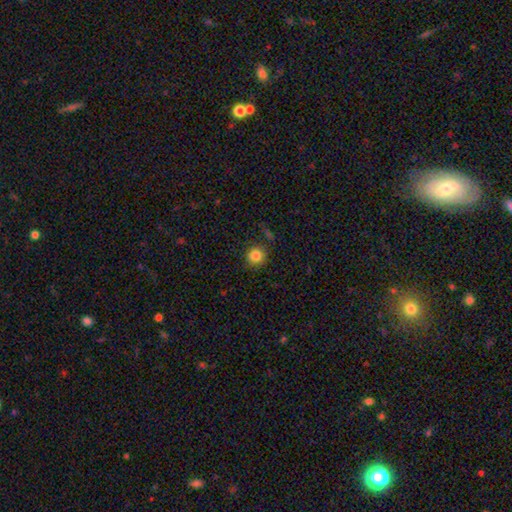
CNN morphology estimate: The model was most divided on "smooth or featured": smooth: 83%, star or artifact: 11%, featured or disk: 6%. More confident: how rounded — round (92%); merging — none (83%).